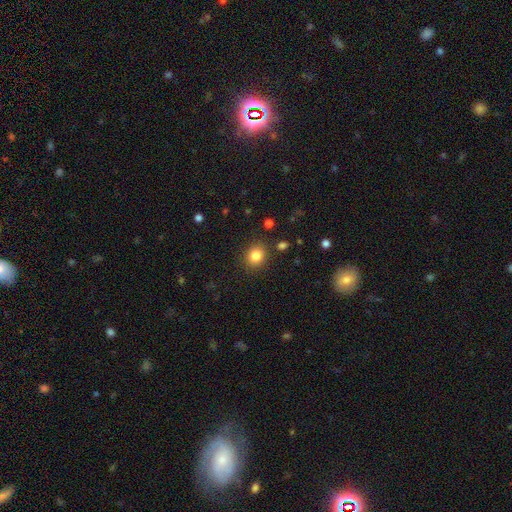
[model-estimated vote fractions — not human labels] smooth-or-featured: smooth: 83% | star or artifact: 11% | featured or disk: 6%
  how-rounded: round: 72% | in between: 27% | cigar-shaped: 1%
  merging: none: 87% | minor disturbance: 8% | major disturbance: 3% | merger: 2%